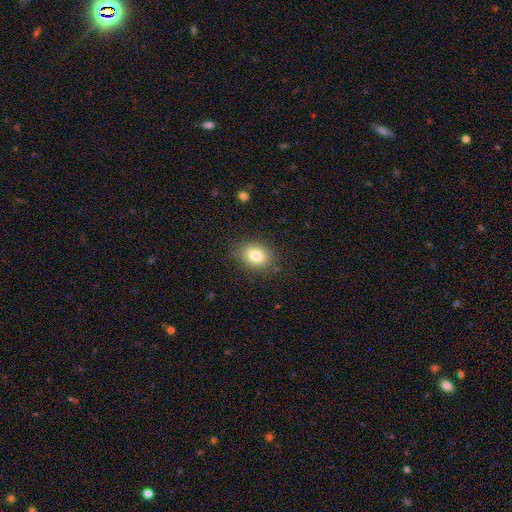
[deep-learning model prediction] A smooth galaxy with no disk features (81%) that is in between round and cigar-shaped (61%).

Vote fractions:
- Smooth or featured? smooth: 81% / star or artifact: 10% / featured or disk: 9%
- How rounded? in between: 61% / round: 38% / cigar-shaped: 1%
- Merging? none: 83% / minor disturbance: 13% / major disturbance: 3% / merger: 1%